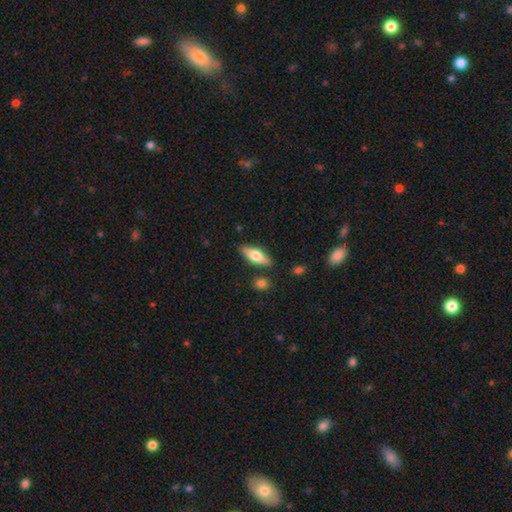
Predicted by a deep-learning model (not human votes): The model was most divided on "how rounded": in between: 54%, cigar-shaped: 43%, round: 3%. More confident: merging — none (84%); smooth or featured — smooth (55%).